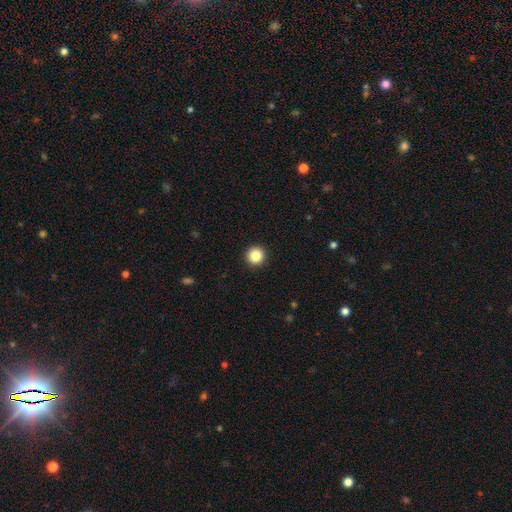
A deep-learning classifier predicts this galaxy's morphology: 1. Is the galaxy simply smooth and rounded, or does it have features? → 87% smooth, 10% star or artifact, 3% featured or disk.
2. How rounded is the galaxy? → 96% round, 3% in between, 1% cigar-shaped.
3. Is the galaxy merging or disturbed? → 93% none, 4% minor disturbance, 2% major disturbance, 1% merger.